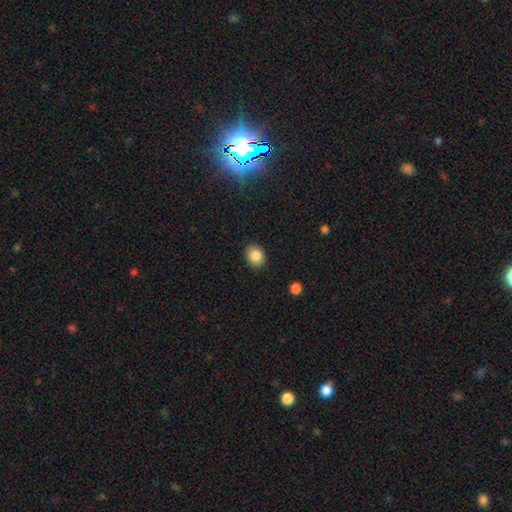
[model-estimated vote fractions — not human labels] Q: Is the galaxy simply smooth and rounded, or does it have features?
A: smooth — 86%.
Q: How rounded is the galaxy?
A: round — 50%.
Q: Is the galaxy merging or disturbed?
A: none — 87%.